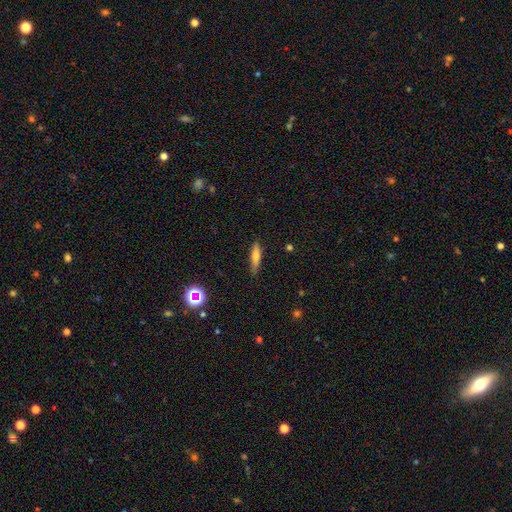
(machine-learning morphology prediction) Smooth or featured? smooth (64%)
How rounded? cigar-shaped (80%)
Merging? none (84%)